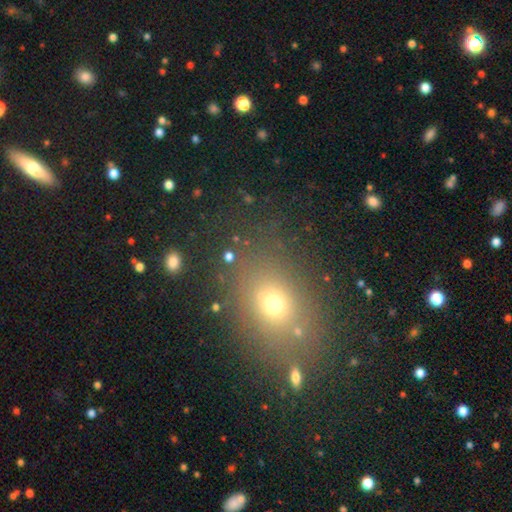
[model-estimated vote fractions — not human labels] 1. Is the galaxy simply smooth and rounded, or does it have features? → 59% smooth, 30% star or artifact, 11% featured or disk.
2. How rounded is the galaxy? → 55% in between, 43% round, 2% cigar-shaped.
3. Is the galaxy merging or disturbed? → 83% none, 9% minor disturbance, 4% major disturbance, 4% merger.